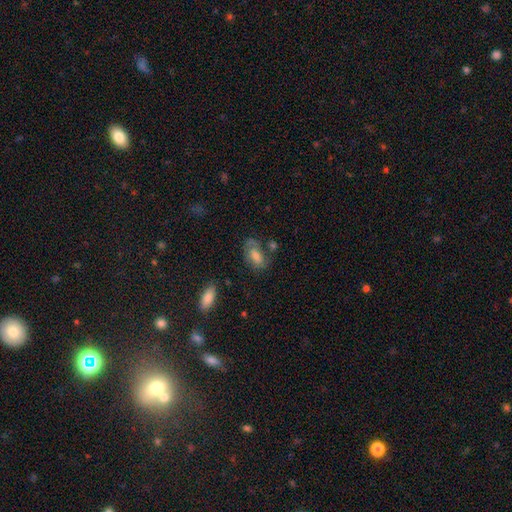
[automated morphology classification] Smooth or featured: smooth — 46% (featured or disk — 42%)
Merging: none — 57% (minor disturbance — 23%)